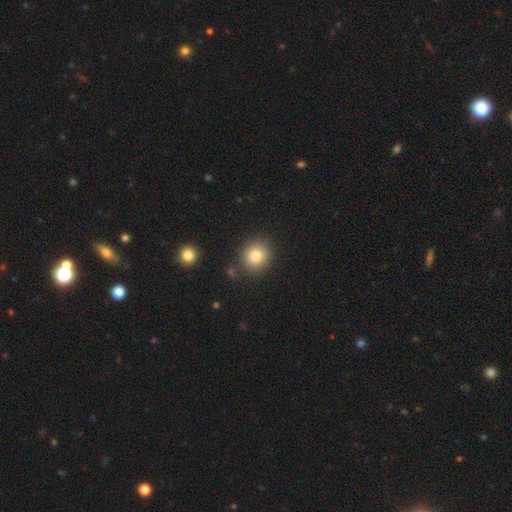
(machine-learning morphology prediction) smooth_or_featured: smooth (p=0.82) [alt: star or artifact p=0.10]
how_rounded: round (p=0.79) [alt: in between p=0.20]
merging: none (p=0.84) [alt: minor disturbance p=0.09]